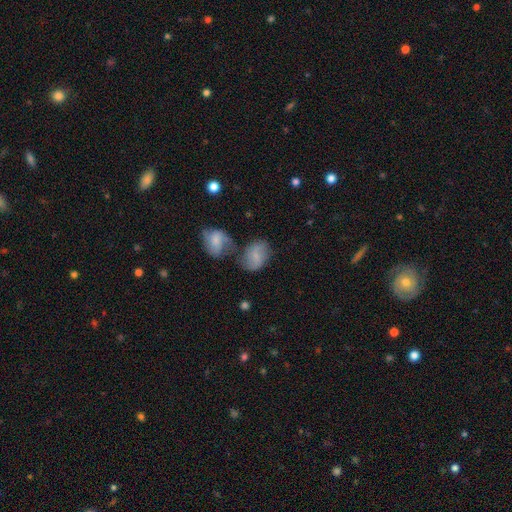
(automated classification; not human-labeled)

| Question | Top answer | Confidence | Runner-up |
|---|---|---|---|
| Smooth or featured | smooth | 54% | featured or disk (37%) |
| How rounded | in between | 75% | round (23%) |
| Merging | none | 43% | merger (29%) |